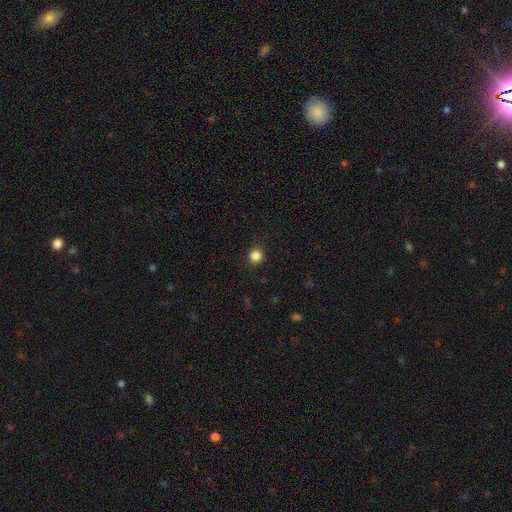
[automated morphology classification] smooth-or-featured: smooth: 85% | star or artifact: 11% | featured or disk: 3%
  how-rounded: round: 88% | in between: 11% | cigar-shaped: 1%
  merging: none: 89% | minor disturbance: 8% | major disturbance: 2% | merger: 1%